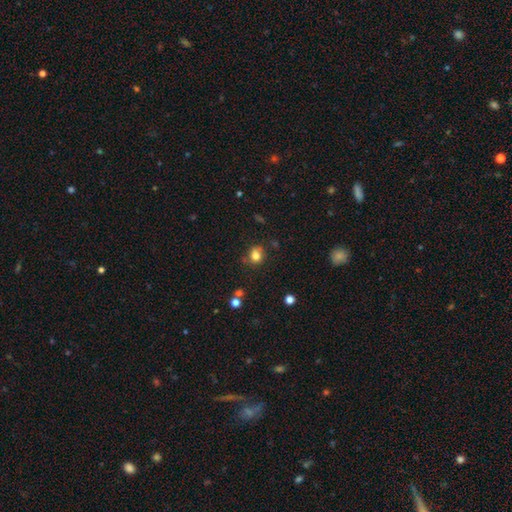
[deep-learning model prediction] Smooth or featured?
  - smooth: 79% *
  - star or artifact: 13%
  - featured or disk: 8%
How rounded?
  - round: 71% *
  - in between: 29%
  - cigar-shaped: 1%
Merging?
  - none: 70% *
  - minor disturbance: 19%
  - major disturbance: 6%
  - merger: 5%